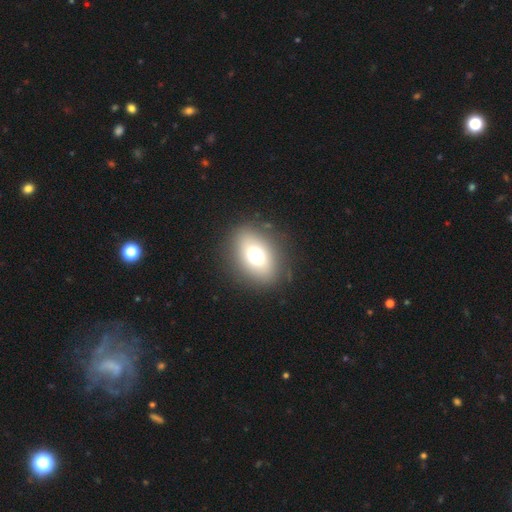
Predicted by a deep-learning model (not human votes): Morphology: type=smooth (70%); roundness=in between (72%); merging=none (85%).